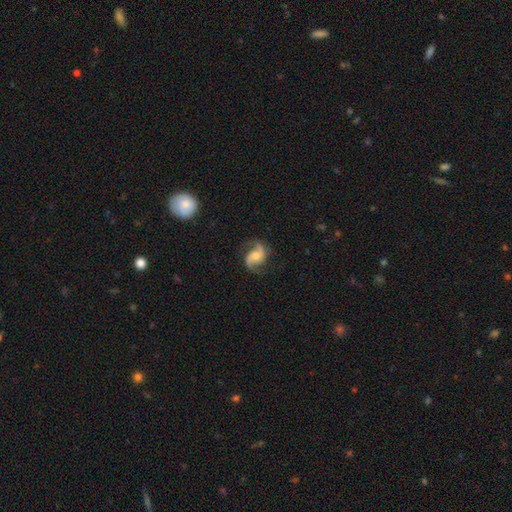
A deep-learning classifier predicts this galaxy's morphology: A featured or disk galaxy (87%) with no bar (55%), 2 (92%) medium (47%) spiral arms (97%) and a moderate central bulge (57%). Merging: none (77%).